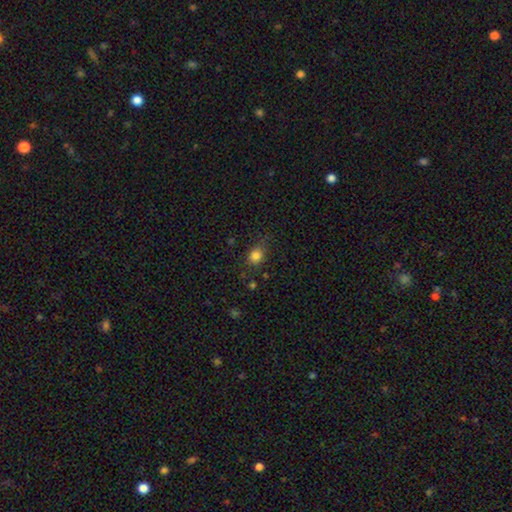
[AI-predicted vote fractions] smooth 82%, star or artifact 12%, featured or disk 5%. Down the decision tree: how rounded — round (58%); merging — none (68%).